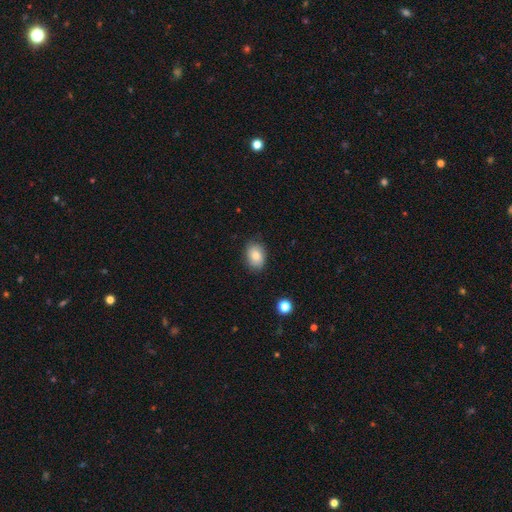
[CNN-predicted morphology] This appears to be a smooth galaxy with no disk features (84%) that is in between round and cigar-shaped (77%). Merging: none (82%).